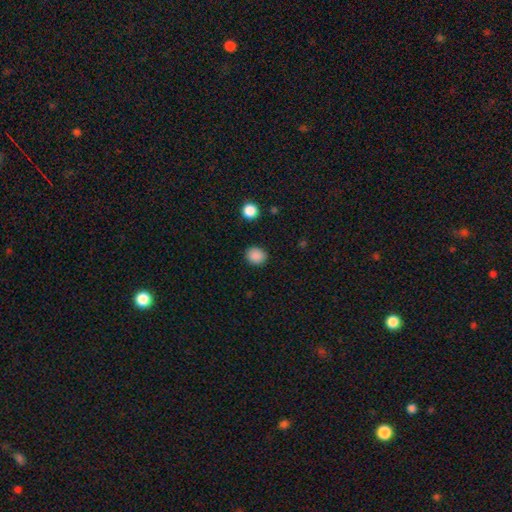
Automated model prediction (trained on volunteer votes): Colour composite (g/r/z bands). It shows a smooth galaxy with no disk features (87%) that is round (76%). Merging: none (88%).